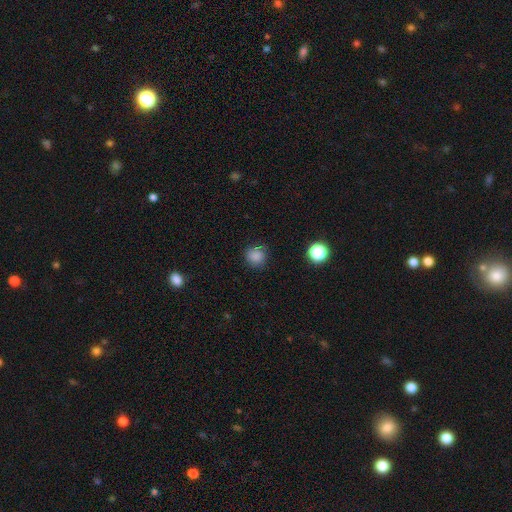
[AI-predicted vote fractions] Morphology: type=smooth (82%); roundness=round (88%); merging=none (75%).